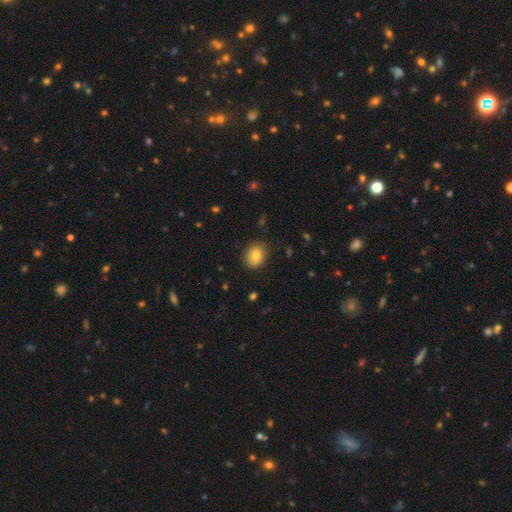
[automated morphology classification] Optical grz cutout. It shows a smooth galaxy with no disk features (81%) that is round (50%). Merging: none (87%).